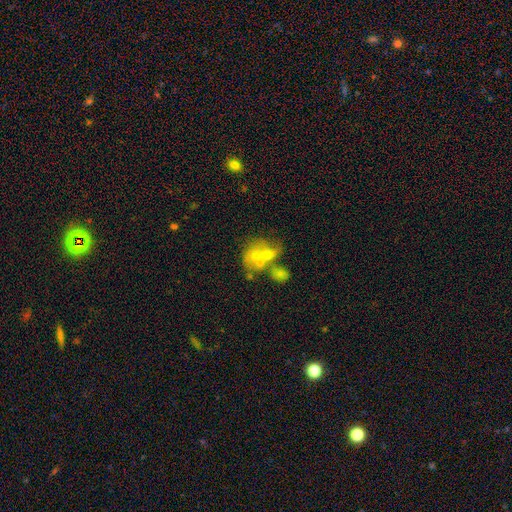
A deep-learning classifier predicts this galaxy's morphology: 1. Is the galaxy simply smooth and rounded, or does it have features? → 45% smooth, 43% featured or disk, 12% star or artifact.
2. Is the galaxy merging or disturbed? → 59% merger, 21% none, 10% major disturbance, 10% minor disturbance.